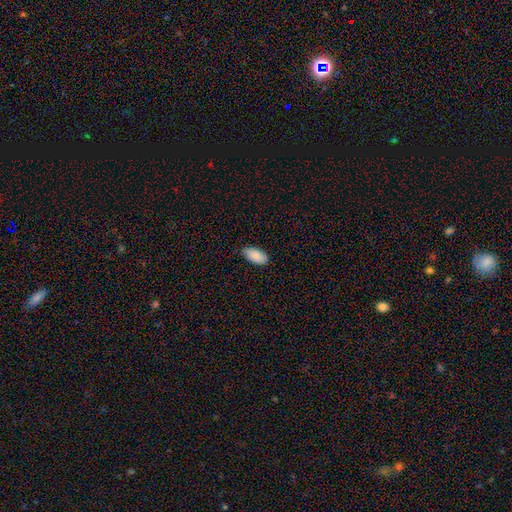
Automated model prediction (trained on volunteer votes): Overall: smooth (89%). How rounded: in between (94%). Merging: none (82%).